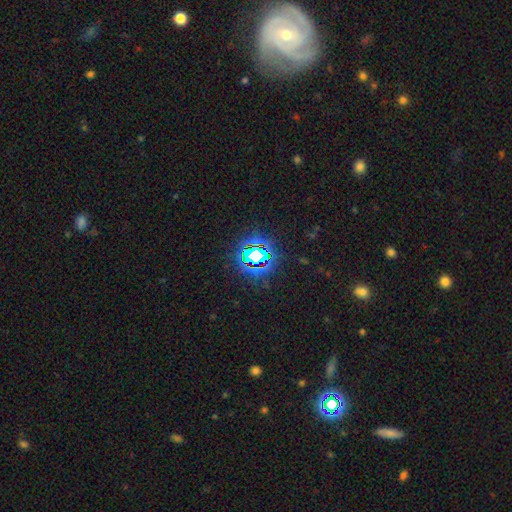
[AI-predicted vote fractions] smooth_or_featured: star or artifact (p=0.76) [alt: smooth p=0.14]